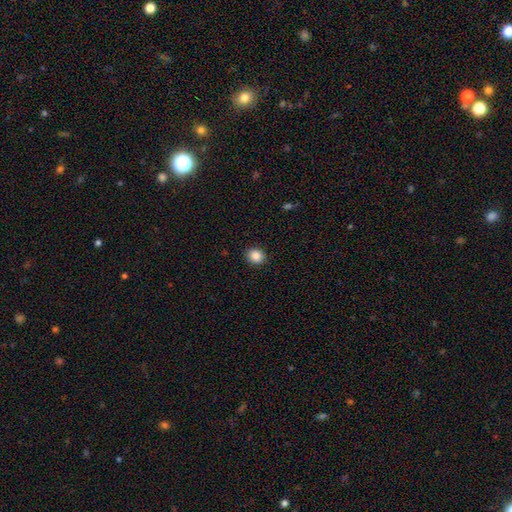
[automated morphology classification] smooth 87%, star or artifact 9%, featured or disk 3%. Down the decision tree: how rounded — round (74%); merging — none (91%).